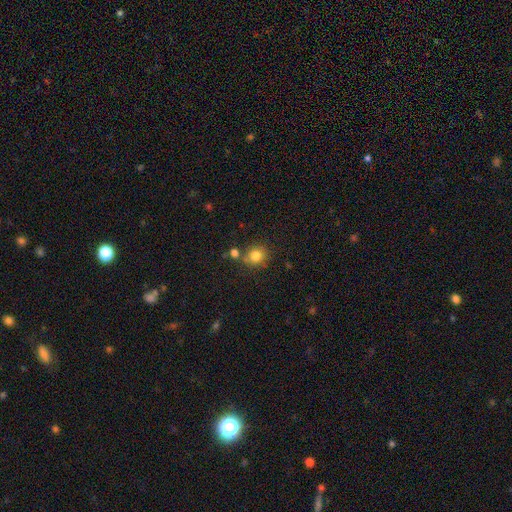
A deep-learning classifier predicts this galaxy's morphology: This appears to be a smooth galaxy with no disk features (81%) that is round (84%). Merging: none (69%).